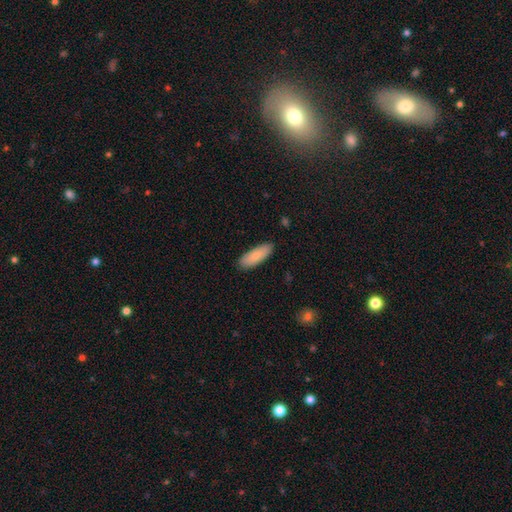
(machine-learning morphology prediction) Smooth or featured? smooth (86%)
How rounded? in between (60%)
Merging? none (88%)